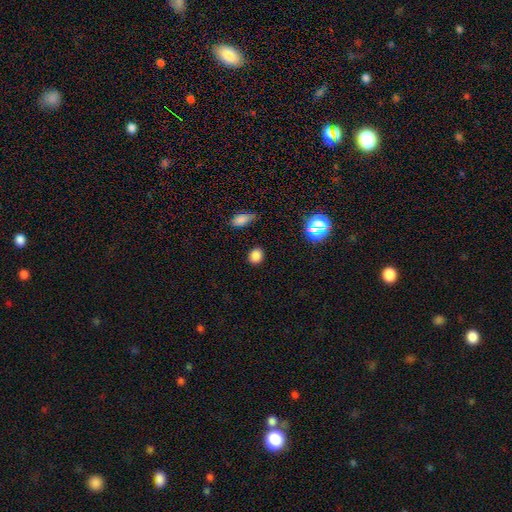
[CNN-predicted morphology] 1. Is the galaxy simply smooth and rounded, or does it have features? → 80% smooth, 15% star or artifact, 4% featured or disk.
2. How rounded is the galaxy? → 56% round, 43% in between, 1% cigar-shaped.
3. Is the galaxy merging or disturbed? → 86% none, 10% minor disturbance, 3% major disturbance, 2% merger.